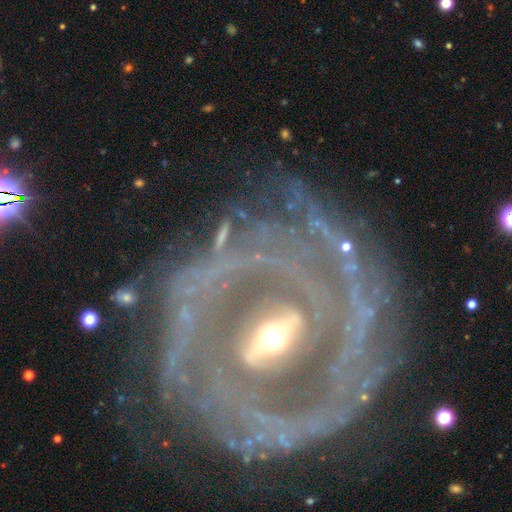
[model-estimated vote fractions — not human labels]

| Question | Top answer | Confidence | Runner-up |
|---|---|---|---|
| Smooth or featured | featured or disk | 89% | star or artifact (6%) |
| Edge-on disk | no | 96% | yes (4%) |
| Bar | strong | 41% | weak (38%) |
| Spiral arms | yes | 92% | no (8%) |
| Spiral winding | tight | 68% | medium (25%) |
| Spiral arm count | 2 | 39% | can't tell (24%) |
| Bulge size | moderate | 57% | small (36%) |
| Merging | none | 74% | minor disturbance (15%) |